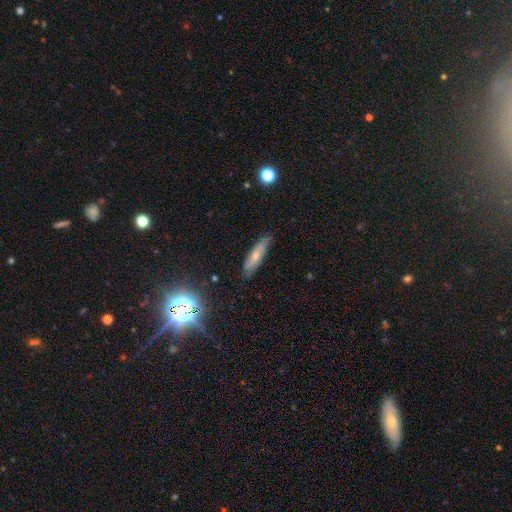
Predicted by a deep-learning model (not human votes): A smooth galaxy with no disk features (60%) that is cigar-shaped (75%).

Vote fractions:
- Smooth or featured? smooth: 60% / featured or disk: 31% / star or artifact: 9%
- How rounded? cigar-shaped: 75% / in between: 23% / round: 2%
- Merging? none: 80% / minor disturbance: 16% / major disturbance: 3% / merger: 2%